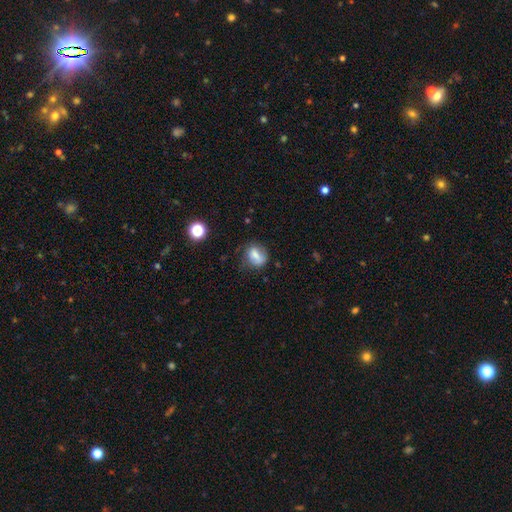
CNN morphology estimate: Smooth or featured?
  - smooth: 70% *
  - featured or disk: 19%
  - star or artifact: 11%
How rounded?
  - in between: 54% *
  - round: 43%
  - cigar-shaped: 3%
Merging?
  - none: 54% *
  - minor disturbance: 28%
  - major disturbance: 12%
  - merger: 5%